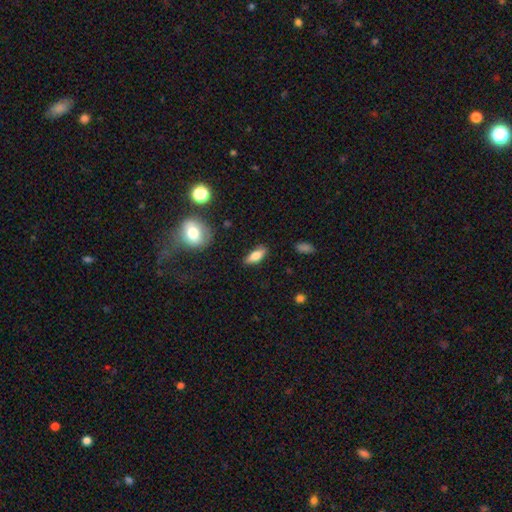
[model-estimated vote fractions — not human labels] This appears to be a smooth galaxy with no disk features (75%) that is in between round and cigar-shaped (71%). Merging: none (83%).